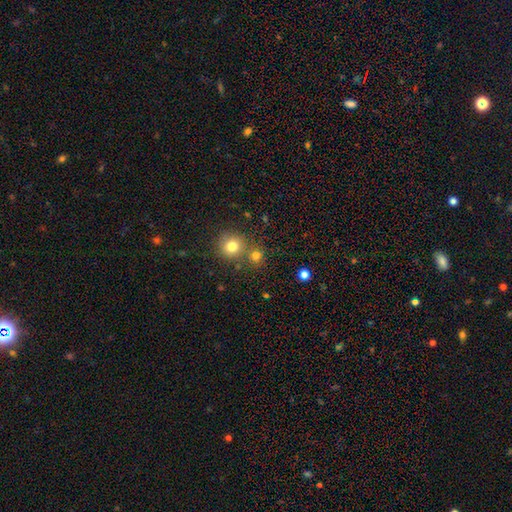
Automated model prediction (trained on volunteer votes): smooth 77%, star or artifact 15%, featured or disk 7%. Down the decision tree: how rounded — round (89%); merging — none (69%).